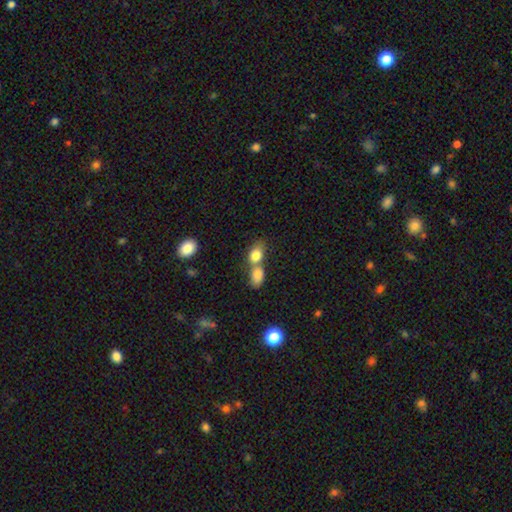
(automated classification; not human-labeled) Smooth or featured: smooth — 80% (featured or disk — 11%)
How rounded: in between — 71% (round — 26%)
Merging: merger — 67% (none — 23%)